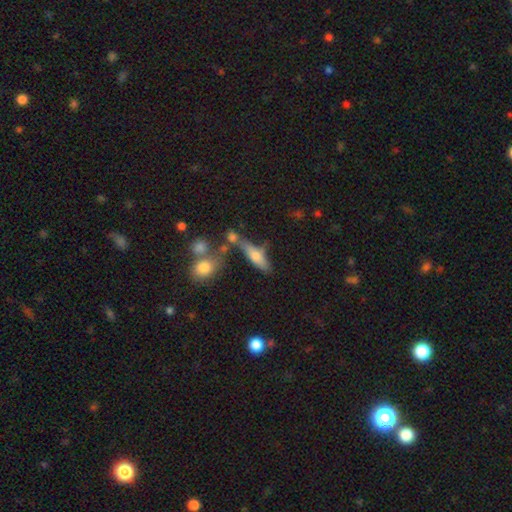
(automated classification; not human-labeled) smooth 60%, featured or disk 31%, star or artifact 10%. Down the decision tree: how rounded — cigar-shaped (53%); merging — none (52%).